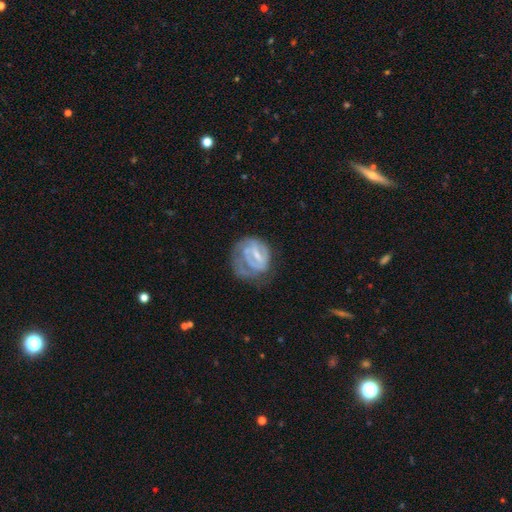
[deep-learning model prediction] Morphology: type=featured or disk (71%); edge-on=no (98%); bar=weak (50%); spiral arms=yes (72%); winding=tight (52%); arm count=can't tell (36%); bulge=small (51%); merging=none (37%).